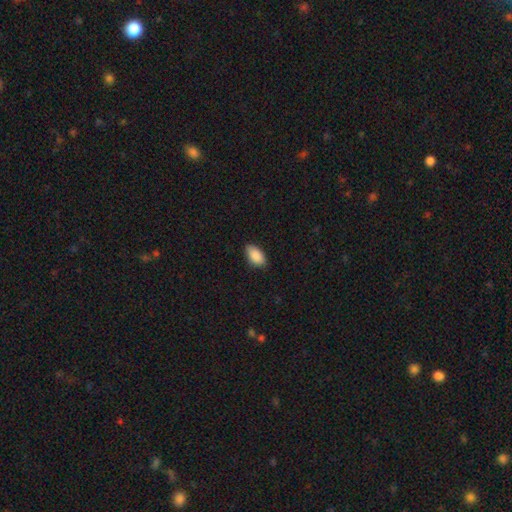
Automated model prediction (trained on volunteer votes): Smooth or featured: smooth — 89% (star or artifact — 7%)
How rounded: in between — 93% (round — 4%)
Merging: none — 83% (minor disturbance — 14%)